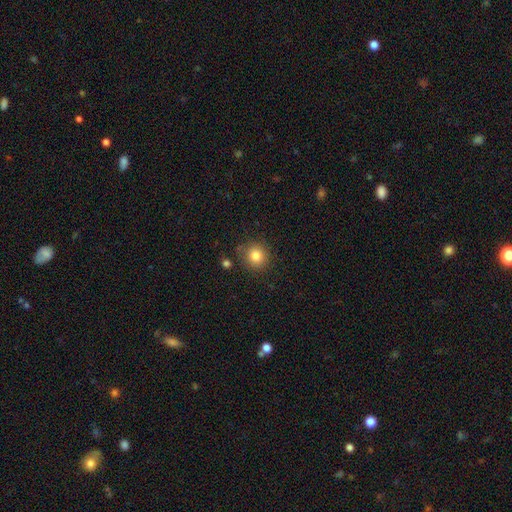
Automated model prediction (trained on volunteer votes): A smooth galaxy with no disk features (82%) that is round (88%). Merging: none (84%).